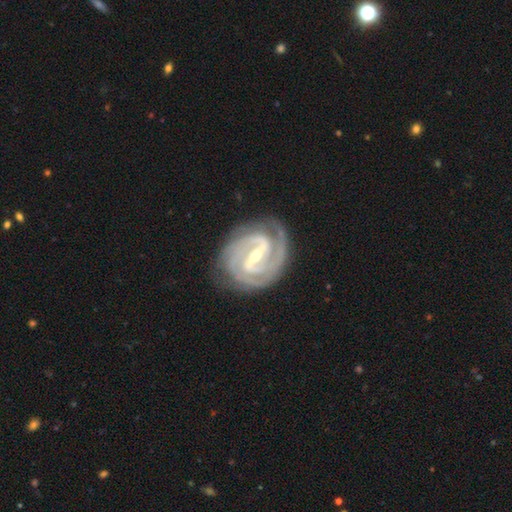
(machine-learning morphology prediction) featured or disk 93%, star or artifact 4%, smooth 3%. Down the decision tree: edge-on disk — no (97%); bar — strong (67%); spiral arms — yes (98%); spiral arm count — 2 (63%); spiral winding — tight (63%); bulge size — small (56%); merging — none (80%).